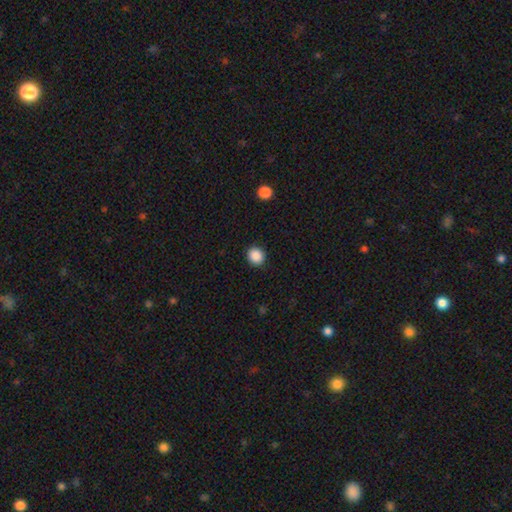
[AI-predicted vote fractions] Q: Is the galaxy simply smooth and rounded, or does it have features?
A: smooth — 88%.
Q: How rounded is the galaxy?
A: round — 81%.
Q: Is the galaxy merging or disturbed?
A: none — 91%.